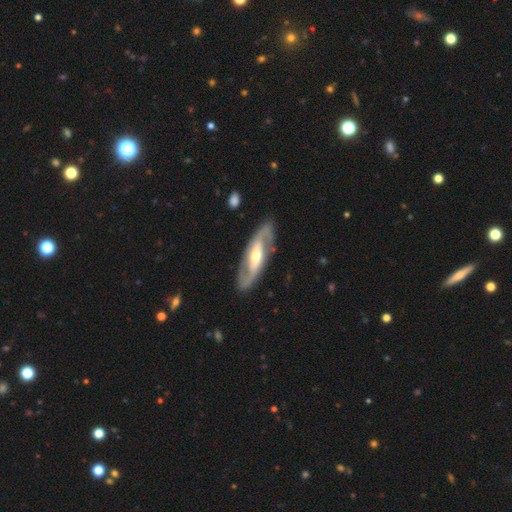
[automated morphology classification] smooth_or_featured: featured or disk (p=0.86) [alt: smooth p=0.11]
disk_edge_on: no (p=0.90) [alt: yes p=0.10]
bar: strong (p=0.35) [alt: weak p=0.33]
has_spiral_arms: yes (p=0.91) [alt: no p=0.09]
spiral_winding: medium (p=0.48) [alt: loose p=0.30]
spiral_arm_count: 2 (p=0.92) [alt: can't tell p=0.04]
bulge_size: moderate (p=0.60) [alt: small p=0.32]
merging: none (p=0.86) [alt: minor disturbance p=0.09]